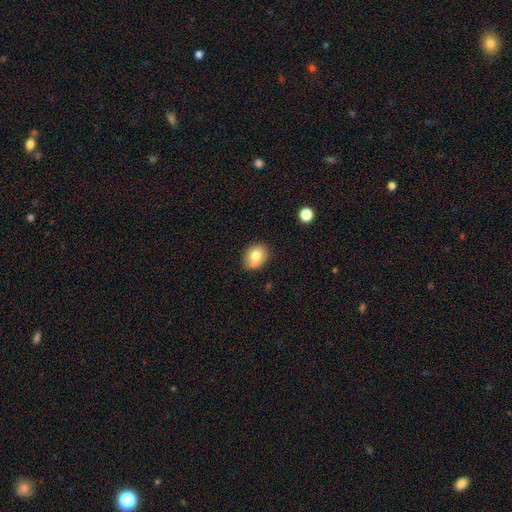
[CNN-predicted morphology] Smooth or featured? Predicted: smooth (p=0.78). How rounded? Predicted: in between (p=0.52). Merging? Predicted: none (p=0.77).